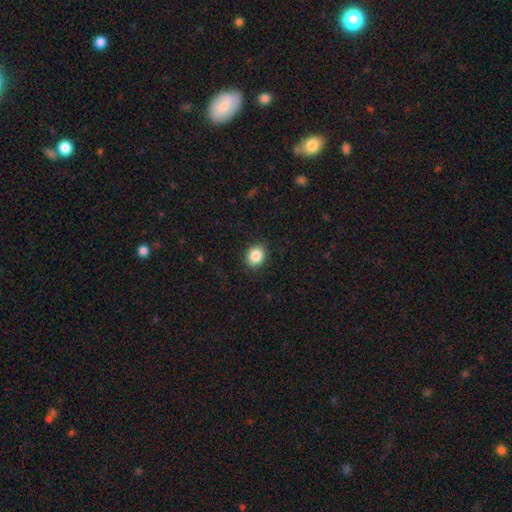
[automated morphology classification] Smooth or featured? smooth (86%)
How rounded? round (62%)
Merging? none (88%)